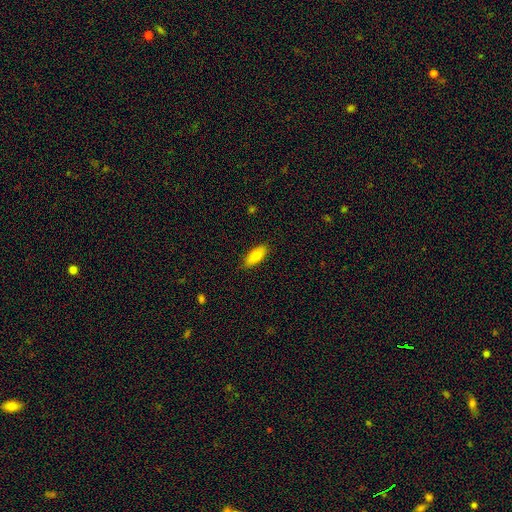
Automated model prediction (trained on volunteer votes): Smooth or featured: smooth — 80% (featured or disk — 14%)
How rounded: in between — 77% (cigar-shaped — 20%)
Merging: none — 86% (minor disturbance — 11%)